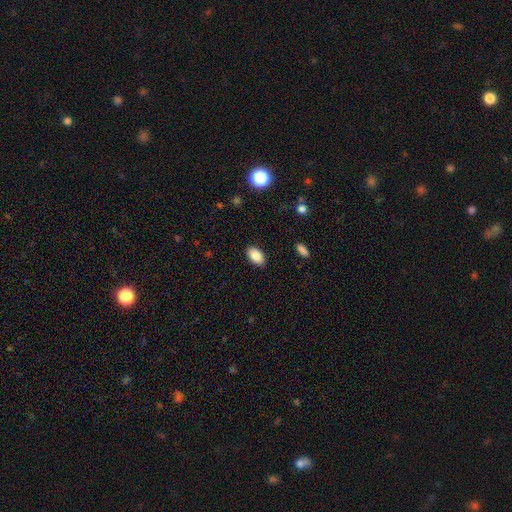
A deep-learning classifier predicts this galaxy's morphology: Smooth or featured? smooth (87%)
How rounded? in between (93%)
Merging? none (88%)